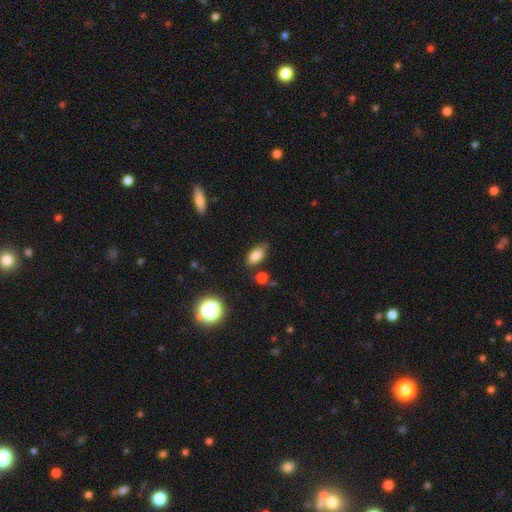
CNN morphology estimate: The model was most divided on "merging": none: 78%, minor disturbance: 15%, merger: 3%, major disturbance: 3%. More confident: how rounded — in between (88%); smooth or featured — smooth (83%).